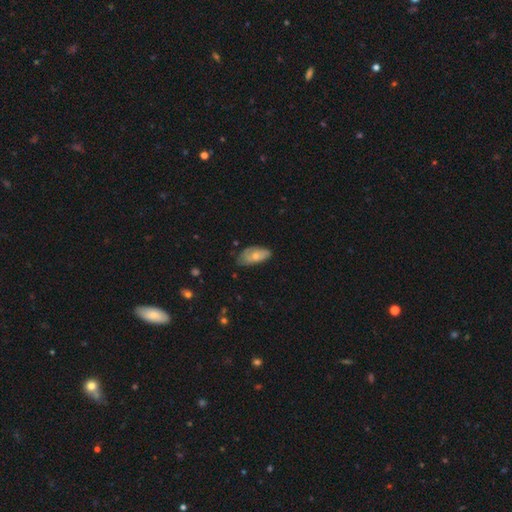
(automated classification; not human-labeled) smooth-or-featured: smooth: 61% | featured or disk: 32% | star or artifact: 7%
  how-rounded: in between: 90% | cigar-shaped: 6% | round: 3%
  merging: none: 50% | minor disturbance: 38% | major disturbance: 10% | merger: 2%